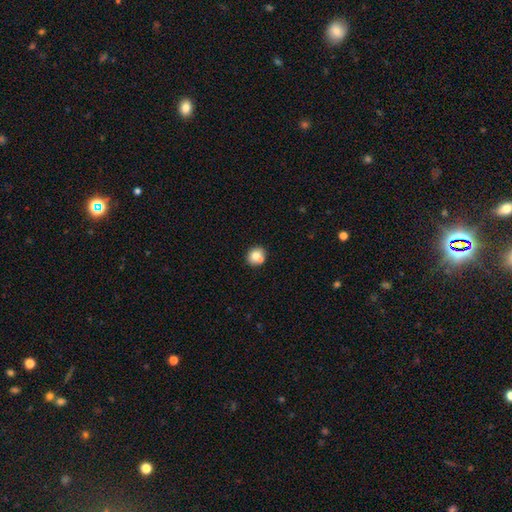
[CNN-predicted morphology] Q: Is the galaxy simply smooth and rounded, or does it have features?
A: smooth — 75%.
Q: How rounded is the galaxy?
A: round — 80%.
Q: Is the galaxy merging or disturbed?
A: none — 59%.